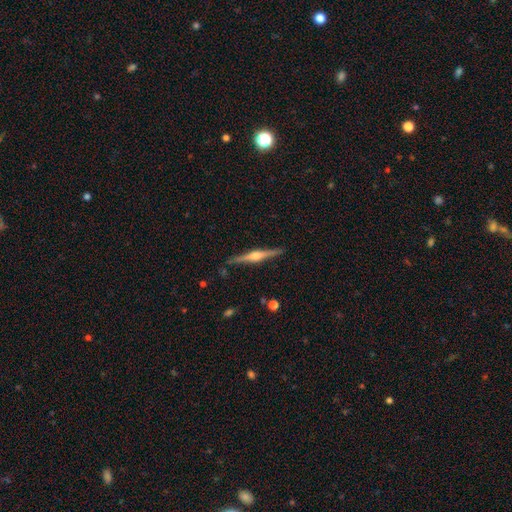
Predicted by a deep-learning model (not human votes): This is clearly a featured or disk galaxy (80%). It is clearly viewed edge-on (98%). Edge-on bulge: clearly rounded (90%). Merging: clearly none (90%).